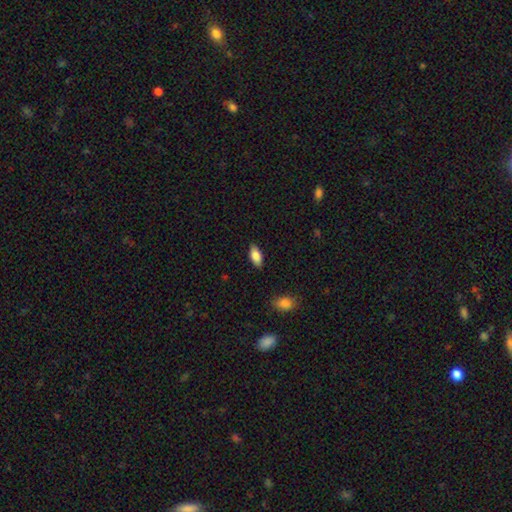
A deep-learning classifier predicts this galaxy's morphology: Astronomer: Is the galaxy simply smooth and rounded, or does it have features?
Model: smooth — 83%.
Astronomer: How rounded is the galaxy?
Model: in between — 89%.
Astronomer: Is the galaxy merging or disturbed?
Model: none — 87%.